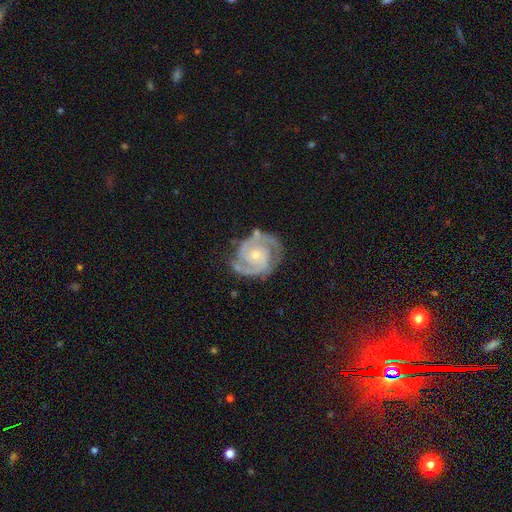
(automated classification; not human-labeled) This is clearly a featured or disk galaxy (91%). It is clearly not viewed edge-on (98%). Bar: likely no (63%). Spiral arm pattern: clearly yes (98%). Spiral arm count: clearly 2 (83%). Spiral winding: possibly tight (52%). Central bulge: possibly small (59%). Merging: likely none (73%).